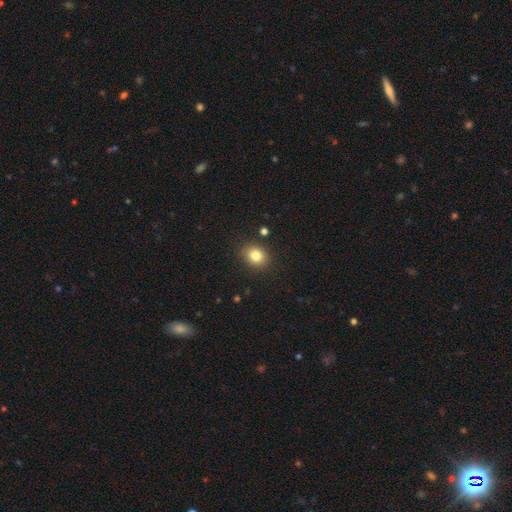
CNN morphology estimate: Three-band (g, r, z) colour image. It shows a smooth galaxy with no disk features (81%) that is round (63%). Merging: none (88%).